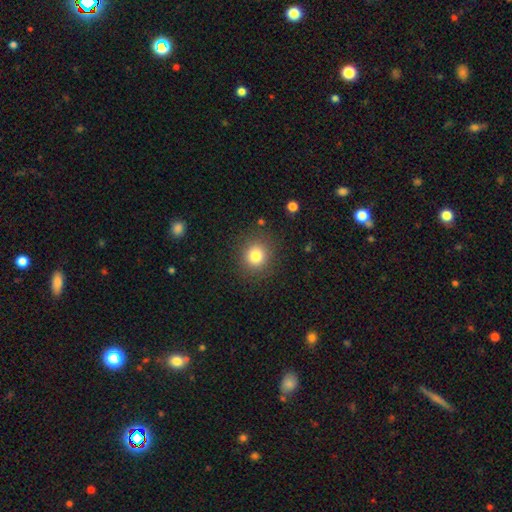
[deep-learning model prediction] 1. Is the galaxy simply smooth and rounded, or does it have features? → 81% smooth, 12% star or artifact, 7% featured or disk.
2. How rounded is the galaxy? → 88% round, 11% in between, 1% cigar-shaped.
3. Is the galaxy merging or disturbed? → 88% none, 8% minor disturbance, 3% major disturbance, 1% merger.